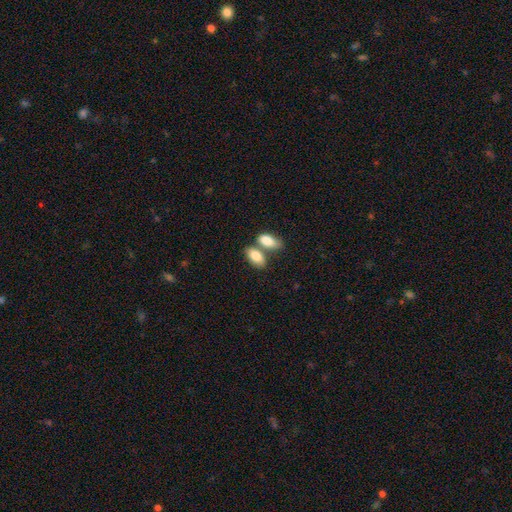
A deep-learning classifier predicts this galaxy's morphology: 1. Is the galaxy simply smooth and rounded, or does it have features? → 84% smooth, 10% featured or disk, 6% star or artifact.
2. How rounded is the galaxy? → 91% in between, 5% round, 4% cigar-shaped.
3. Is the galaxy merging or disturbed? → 45% merger, 42% none, 10% minor disturbance, 3% major disturbance.